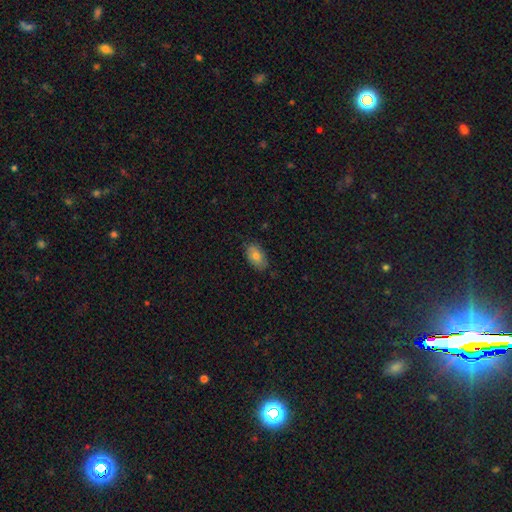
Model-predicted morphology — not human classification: Overall: smooth (73%). How rounded: in between (91%). Merging: none (78%).